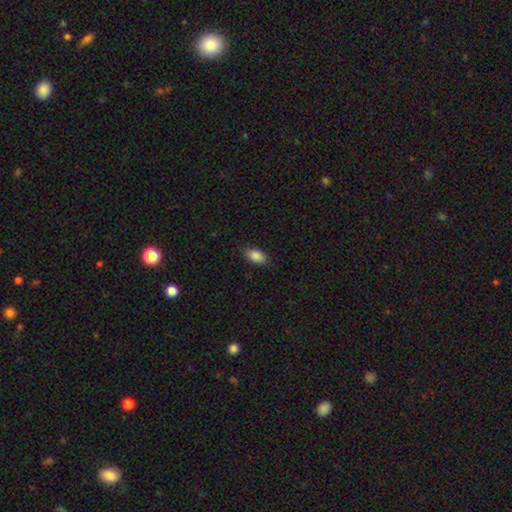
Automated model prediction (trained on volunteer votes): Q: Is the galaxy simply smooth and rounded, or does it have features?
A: smooth — 87%.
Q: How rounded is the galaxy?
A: in between — 92%.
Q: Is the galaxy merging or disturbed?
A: none — 86%.